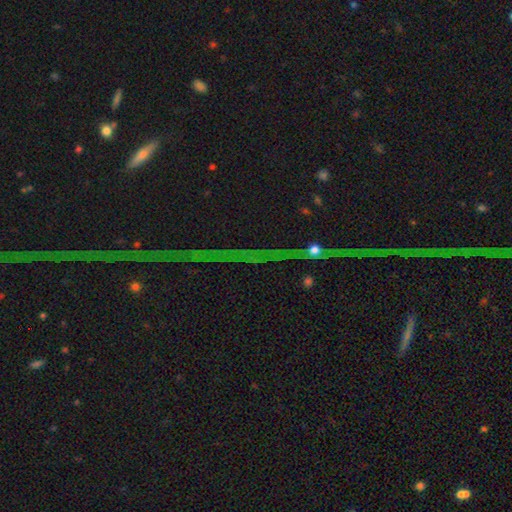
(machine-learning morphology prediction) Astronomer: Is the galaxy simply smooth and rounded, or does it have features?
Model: star or artifact — 82%.